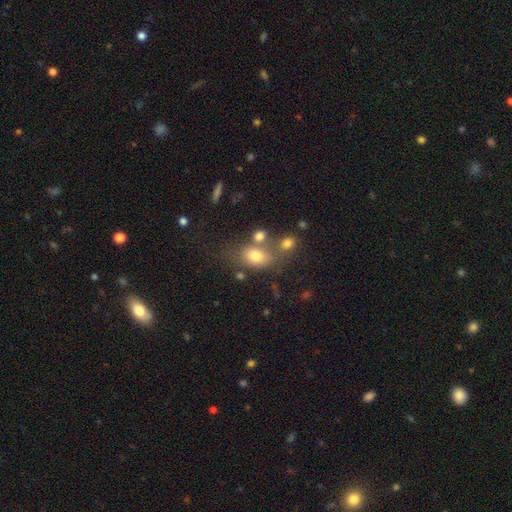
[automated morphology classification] smooth 73%, featured or disk 15%, star or artifact 12%. Down the decision tree: how rounded — in between (74%); merging — none (50%).